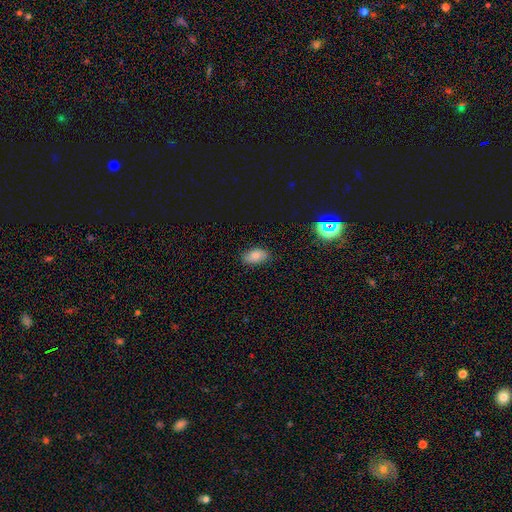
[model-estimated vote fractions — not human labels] Q: Smooth or featured?
A: smooth (81%); runner-up: star or artifact (11%)
Q: How rounded?
A: in between (92%); runner-up: round (5%)
Q: Merging?
A: none (84%); runner-up: minor disturbance (12%)